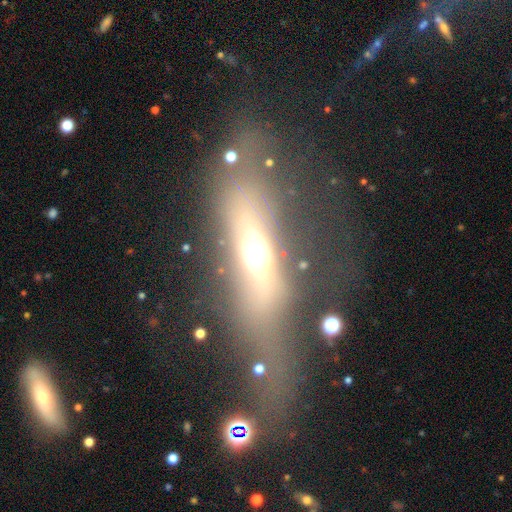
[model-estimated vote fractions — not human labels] Smooth or featured? featured or disk (47%)
Merging? none (40%)